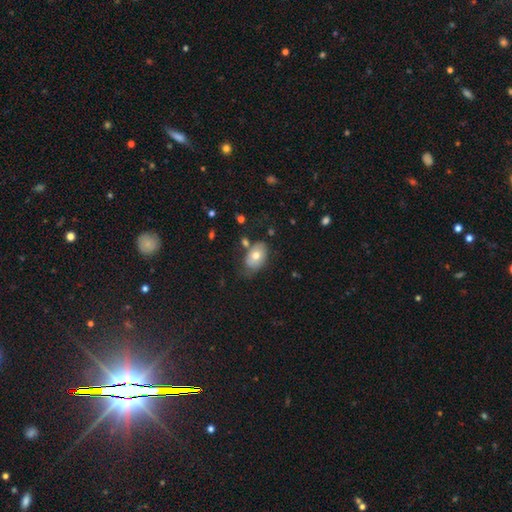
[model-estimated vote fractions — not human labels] This appears to be a smooth galaxy with no disk features (69%) that is in between round and cigar-shaped (87%). Merging: none (59%).